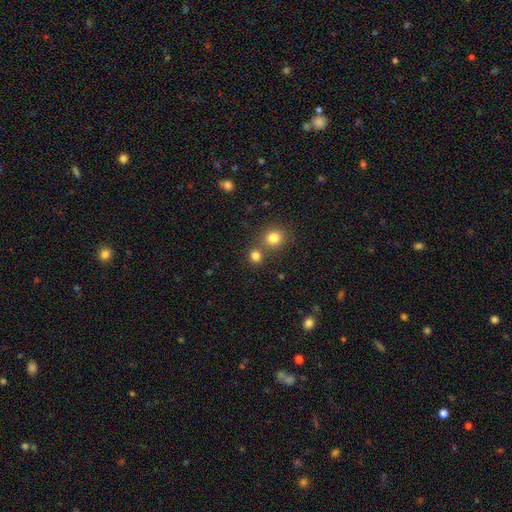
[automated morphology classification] type=smooth (81%); roundness=round (86%); merging=none (67%).